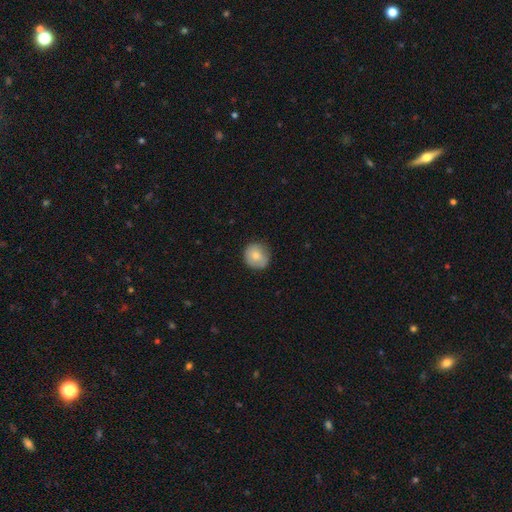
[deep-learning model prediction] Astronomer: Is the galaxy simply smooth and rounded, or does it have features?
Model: smooth — 78%.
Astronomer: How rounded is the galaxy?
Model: round — 89%.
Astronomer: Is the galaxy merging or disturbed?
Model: none — 82%.